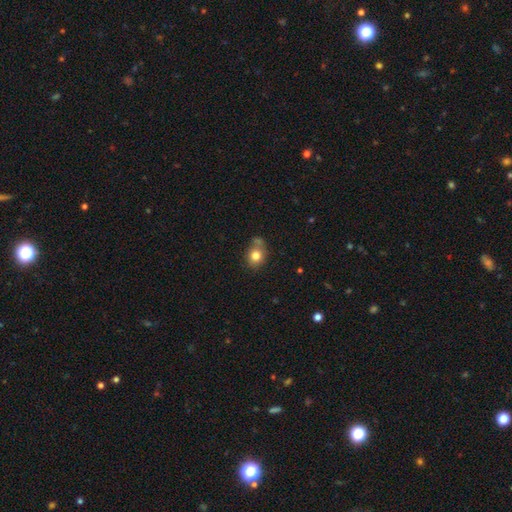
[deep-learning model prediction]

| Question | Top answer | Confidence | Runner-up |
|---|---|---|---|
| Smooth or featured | smooth | 79% | star or artifact (11%) |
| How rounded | round | 61% | in between (38%) |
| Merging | none | 55% | minor disturbance (21%) |